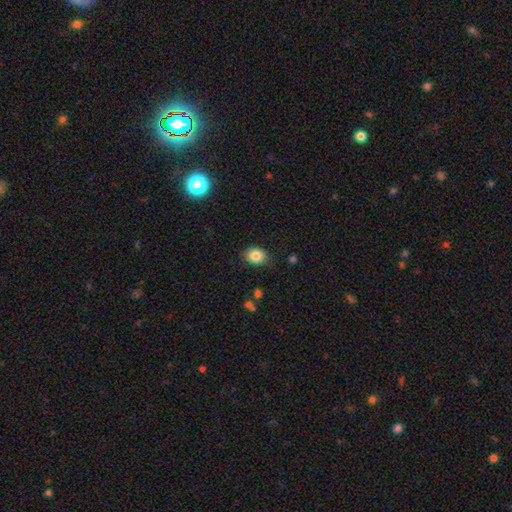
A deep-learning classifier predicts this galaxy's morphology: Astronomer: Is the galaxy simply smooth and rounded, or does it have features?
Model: smooth — 85%.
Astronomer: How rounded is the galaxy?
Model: in between — 55% (runner-up: round, 44%).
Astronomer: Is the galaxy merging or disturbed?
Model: none — 82%.